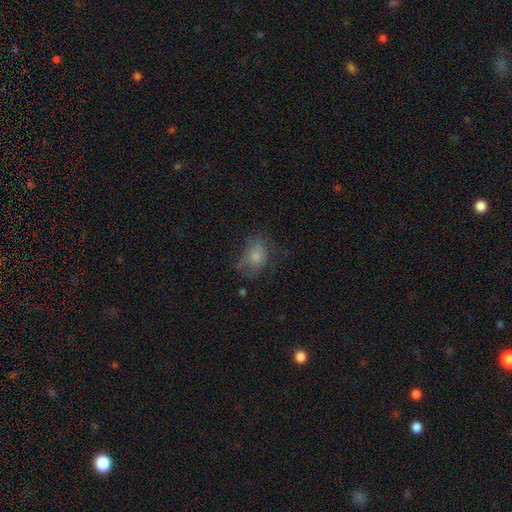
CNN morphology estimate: This appears to be a smooth galaxy with no disk features (57%) that is in between round and cigar-shaped (63%). Merging: none (54%).